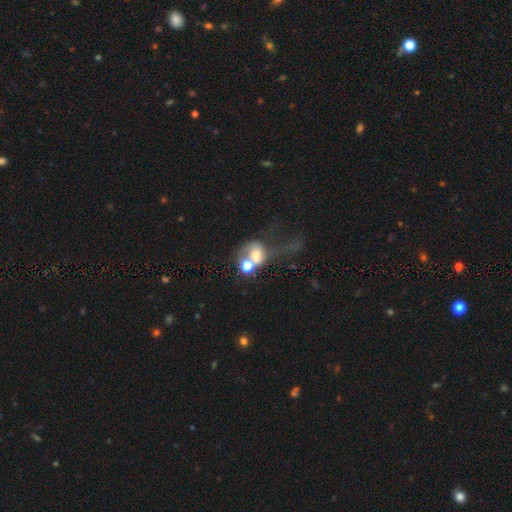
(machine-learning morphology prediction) The model was most divided on "smooth or featured": smooth: 50%, featured or disk: 35%, star or artifact: 15%. More confident: merging — merger (51%).